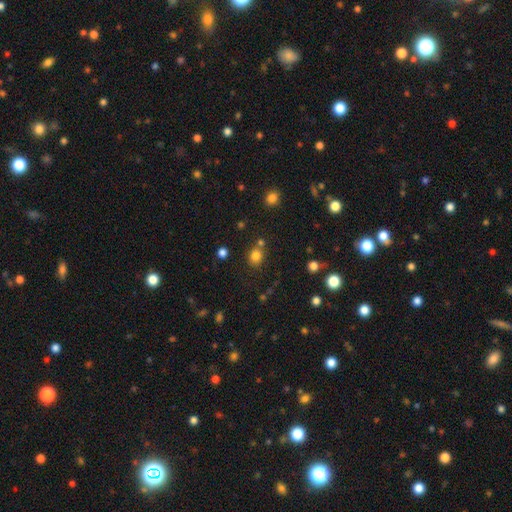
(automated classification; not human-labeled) This appears to be a smooth galaxy with no disk features (80%) that is round (74%). Merging: none (71%).